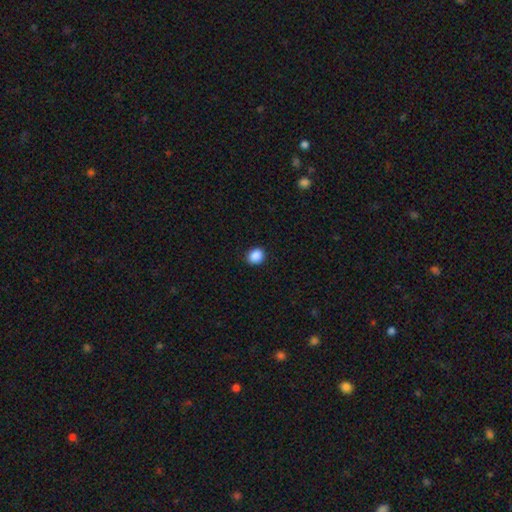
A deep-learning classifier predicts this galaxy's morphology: This appears to be a smooth galaxy with no disk features (89%) that is round (68%). Merging: none (90%).